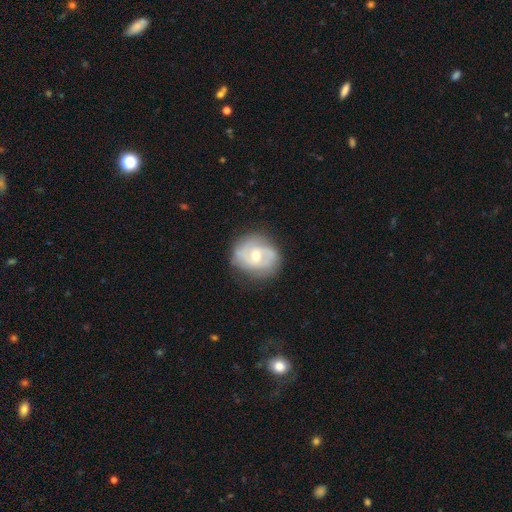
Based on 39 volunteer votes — Smooth or featured?
  - featured or disk: 69% *
  - smooth: 26%
  - star or artifact: 5%
Edge-on disk?
  - no: 100% *
  - yes: 0%
Bar?
  - weak: 52% *
  - no: 37%
  - strong: 11%
Spiral arms?
  - yes: 85% *
  - no: 15%
Spiral winding?
  - tight: 48% * (tied)
  - medium: 48% * (tied)
  - loose: 4%
Spiral arm count?
  - 2: 48% *
  - can't tell: 35%
  - 3: 13%
  - 1: 4%
  - 4: 0%
  - more than 4: 0%
Bulge size?
  - moderate: 81% *
  - small: 19%
  - dominant: 0%
  - large: 0%
  - none: 0%
Merging?
  - none: 68% *
  - minor disturbance: 16%
  - major disturbance: 14%
  - merger: 3%